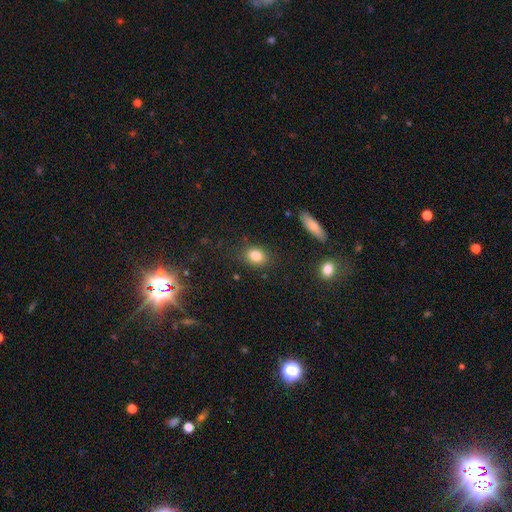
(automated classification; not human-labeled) The model was most divided on "how rounded": in between: 63%, round: 35%, cigar-shaped: 2%. More confident: merging — none (83%); smooth or featured — smooth (83%).